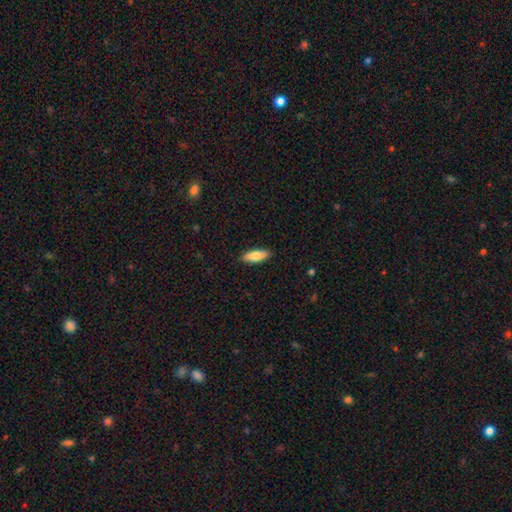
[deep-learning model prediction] Overall: smooth (82%). How rounded: in between (65%; cigar-shaped 33%). Merging: none (89%).